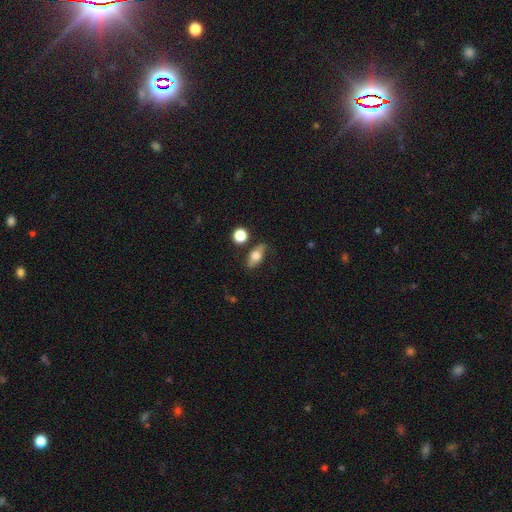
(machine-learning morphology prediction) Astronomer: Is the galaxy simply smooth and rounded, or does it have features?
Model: smooth — 62%.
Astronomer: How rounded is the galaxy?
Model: in between — 72%.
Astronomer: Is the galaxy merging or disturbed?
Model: none — 66%.